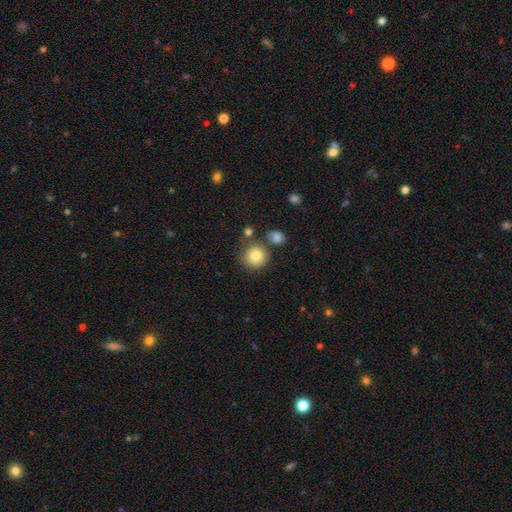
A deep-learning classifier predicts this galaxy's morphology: smooth 81%, star or artifact 10%, featured or disk 9%. Down the decision tree: how rounded — round (91%); merging — none (73%).